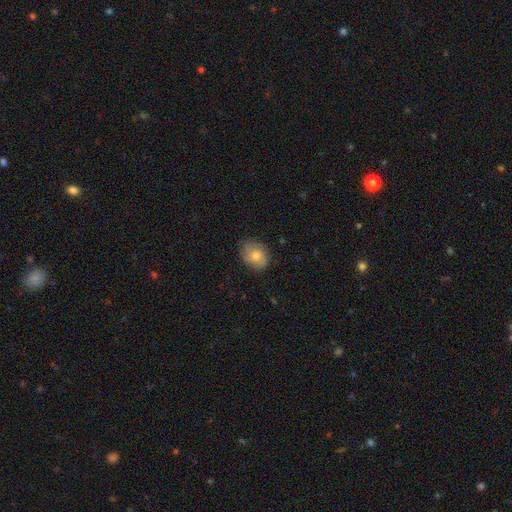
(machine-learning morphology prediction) type=smooth (49%); merging=none (78%).